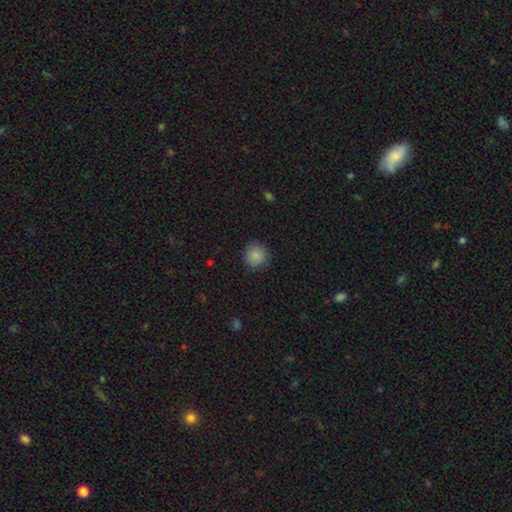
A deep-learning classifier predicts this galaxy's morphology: A smooth galaxy with no disk features (87%) that is round (92%). Merging: none (86%).